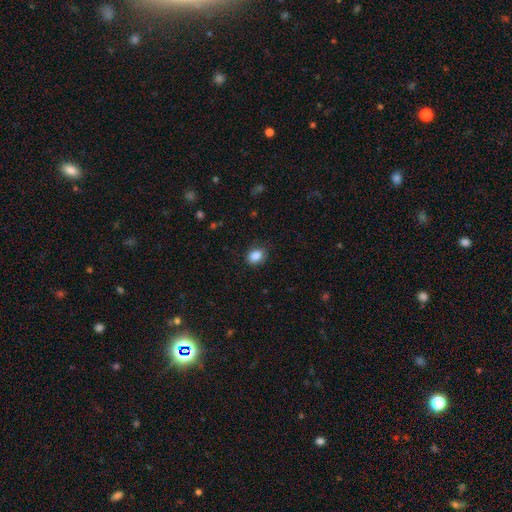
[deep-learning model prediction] A smooth galaxy with no disk features (87%) that is in between round and cigar-shaped (62%).

Vote fractions:
- Smooth or featured? smooth: 87% / star or artifact: 9% / featured or disk: 4%
- How rounded? in between: 62% / round: 37% / cigar-shaped: 1%
- Merging? none: 83% / minor disturbance: 13% / major disturbance: 3% / merger: 1%